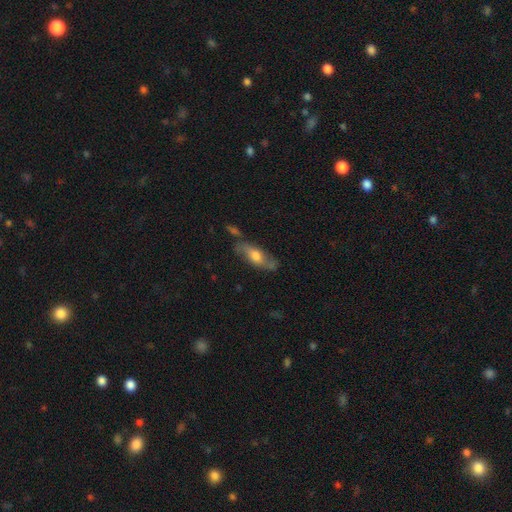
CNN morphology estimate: Smooth or featured? smooth (47%)
Merging? none (65%)